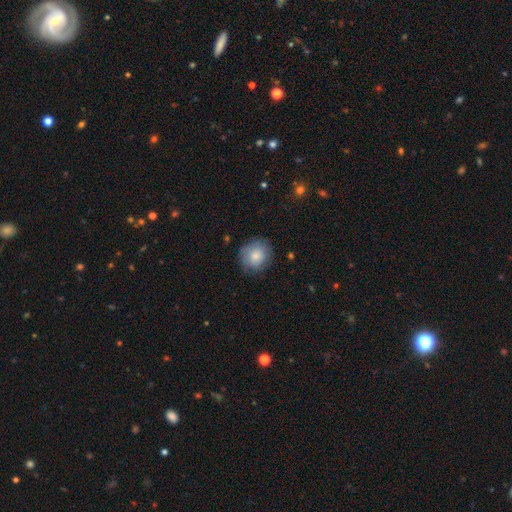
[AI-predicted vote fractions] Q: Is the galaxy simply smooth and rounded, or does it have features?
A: smooth — 75%.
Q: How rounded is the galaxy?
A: round — 87%.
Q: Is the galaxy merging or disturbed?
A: none — 77%.